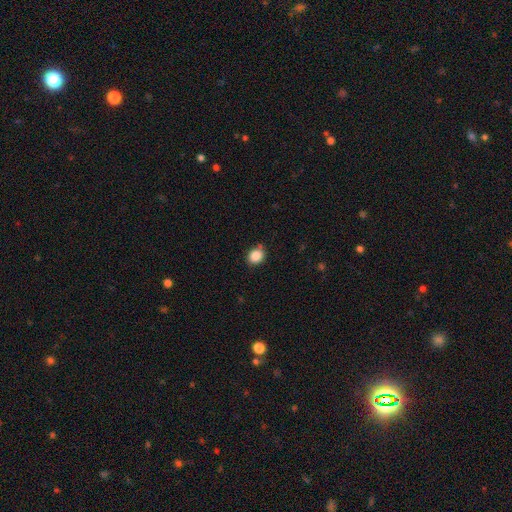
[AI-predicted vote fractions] Smooth or featured?
  - smooth: 86% *
  - star or artifact: 10%
  - featured or disk: 4%
How rounded?
  - round: 66% *
  - in between: 33%
  - cigar-shaped: 1%
Merging?
  - none: 77% *
  - minor disturbance: 17%
  - merger: 3%
  - major disturbance: 3%